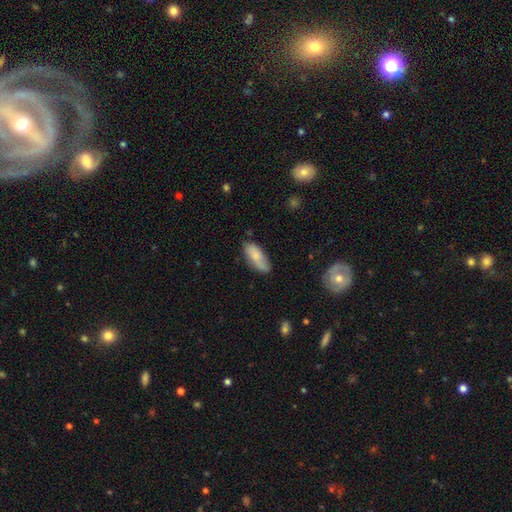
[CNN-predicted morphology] smooth 78%, featured or disk 15%, star or artifact 6%. Down the decision tree: how rounded — in between (79%); merging — none (70%).